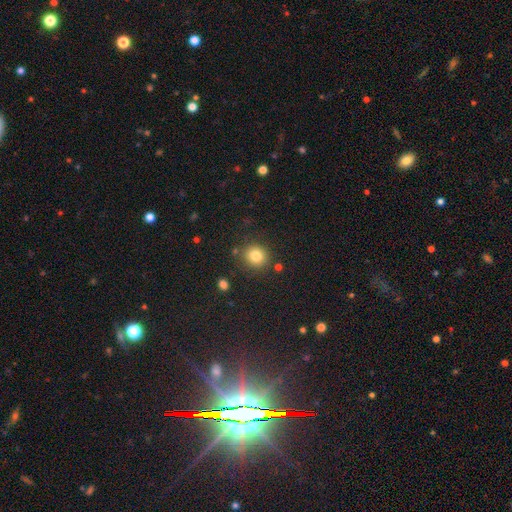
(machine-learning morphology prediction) smooth 81%, star or artifact 12%, featured or disk 7%. Down the decision tree: how rounded — round (86%); merging — none (84%).